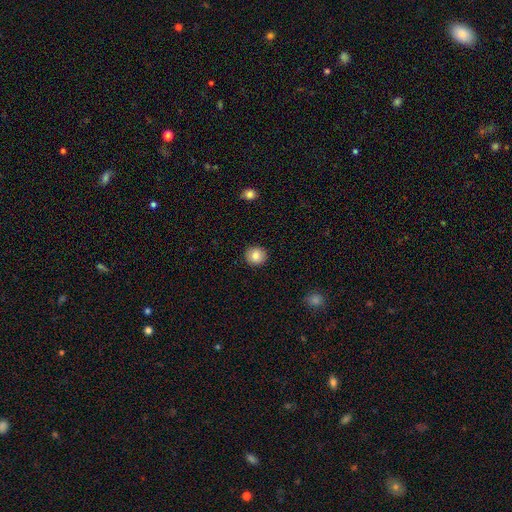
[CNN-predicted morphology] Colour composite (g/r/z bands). It shows a smooth galaxy with no disk features (85%) that is round (89%). Merging: none (91%).